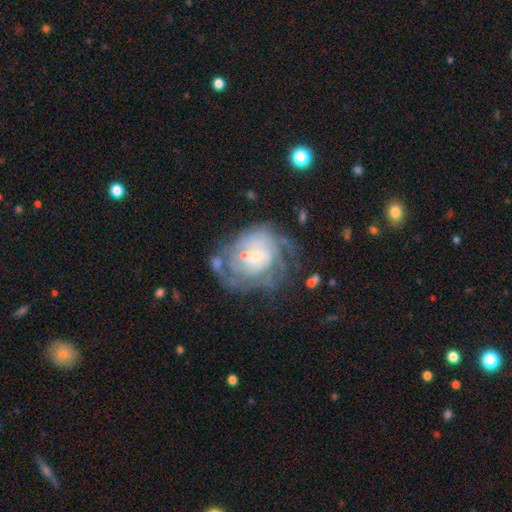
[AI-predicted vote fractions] A featured or disk galaxy (79%) with no bar (68%), tight (62%) spiral arms (86%) and a small central bulge (71%).

Vote fractions:
- Smooth or featured? featured or disk: 79% / smooth: 14% / star or artifact: 7%
- Edge-on disk? no: 97% / yes: 3%
- Bar? no: 68% / weak: 27% / strong: 5%
- Spiral arms? yes: 86% / no: 14%
- Spiral winding? tight: 62% / medium: 28% / loose: 10%
- Spiral arm count? can't tell: 47% / 3: 15% / 2: 14% / 4: 12% / more than 4: 7% / 1: 6%
- Bulge size? small: 71% / moderate: 21% / none: 4% / large: 3% / dominant: 1%
- Merging? none: 49% / minor disturbance: 22% / major disturbance: 20% / merger: 9%